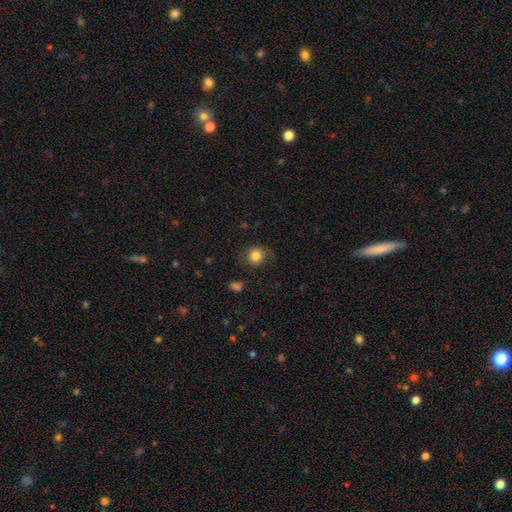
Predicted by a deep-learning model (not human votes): This appears to be a smooth galaxy with no disk features (81%) that is round (83%). Merging: none (72%).